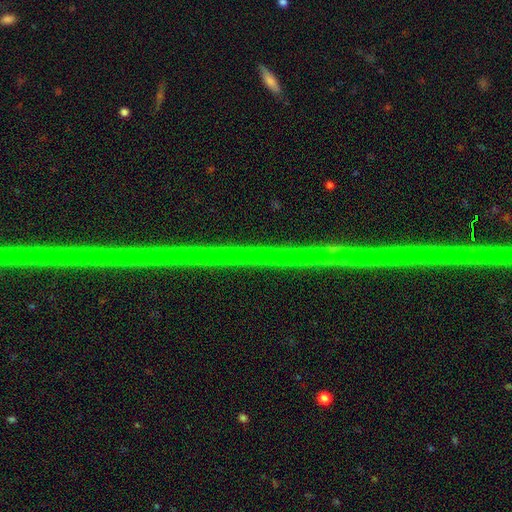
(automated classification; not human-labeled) Smooth or featured? star or artifact (84%)